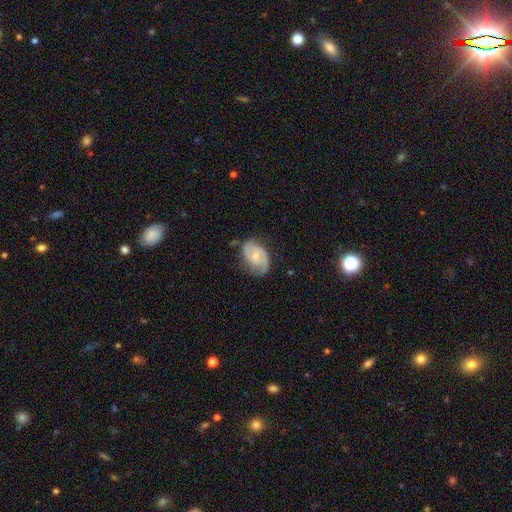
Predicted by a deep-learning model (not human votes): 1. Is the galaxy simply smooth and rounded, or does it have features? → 76% featured or disk, 18% smooth, 6% star or artifact.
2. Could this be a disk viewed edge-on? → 97% no, 3% yes.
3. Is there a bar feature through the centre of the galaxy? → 55% no, 38% weak, 7% strong.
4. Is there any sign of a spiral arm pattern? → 93% yes, 7% no.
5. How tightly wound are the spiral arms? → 45% medium, 40% tight, 15% loose.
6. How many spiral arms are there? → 78% 2, 11% can't tell, 5% 1, 4% 3, 1% 4, 1% more than 4.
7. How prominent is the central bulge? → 52% small, 42% moderate, 3% none, 2% large, 1% dominant.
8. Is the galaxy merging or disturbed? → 66% none, 24% minor disturbance, 8% major disturbance, 2% merger.